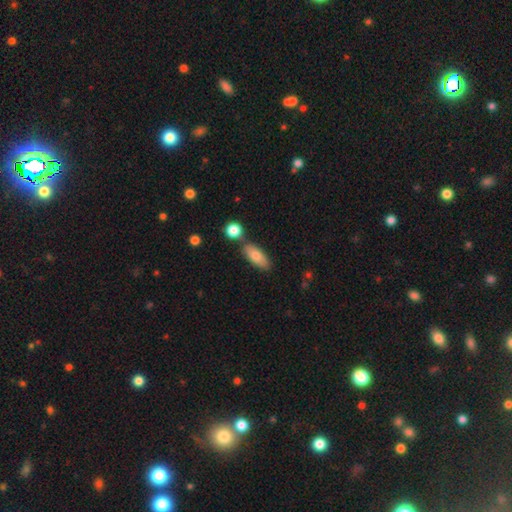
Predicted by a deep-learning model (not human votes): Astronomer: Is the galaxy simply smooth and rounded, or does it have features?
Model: smooth — 75%.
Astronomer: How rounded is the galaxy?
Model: in between — 82%.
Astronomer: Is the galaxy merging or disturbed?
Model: none — 67%.